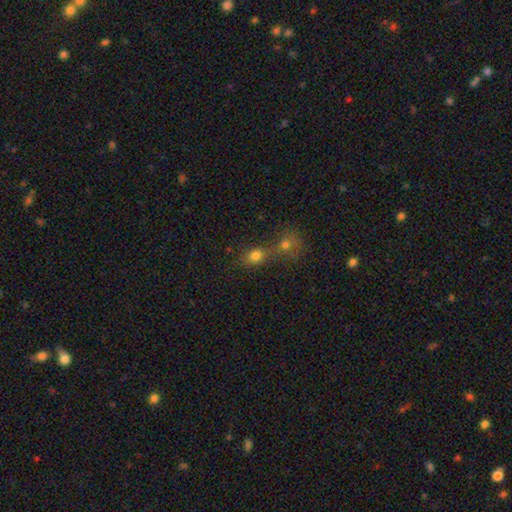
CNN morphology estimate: smooth 76%, star or artifact 15%, featured or disk 10%. Down the decision tree: how rounded — round (58%); merging — merger (53%).